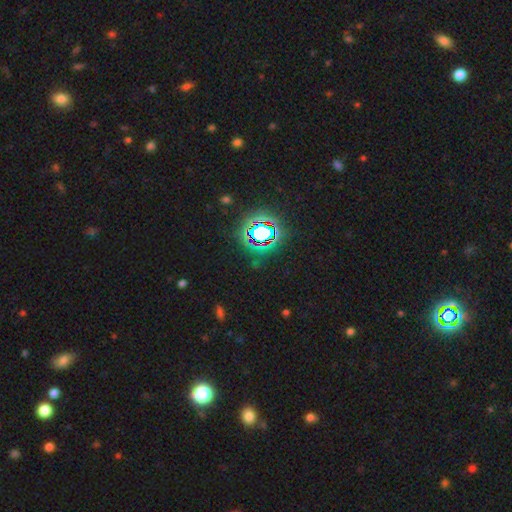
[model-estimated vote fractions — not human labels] This is clearly a star or artifact rather than a galaxy (81%).